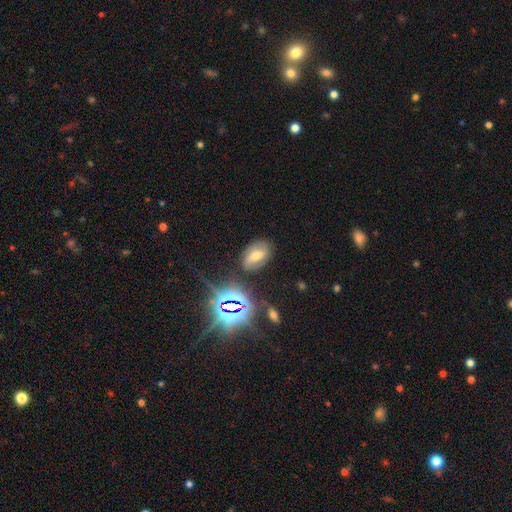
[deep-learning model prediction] A featured or disk galaxy (34%, tied with smooth).

Vote fractions:
- Smooth or featured? featured or disk: 34% (tied) / smooth: 34% (tied) / star or artifact: 32%
- Merging? none: 77% / minor disturbance: 15% / major disturbance: 6% / merger: 2%